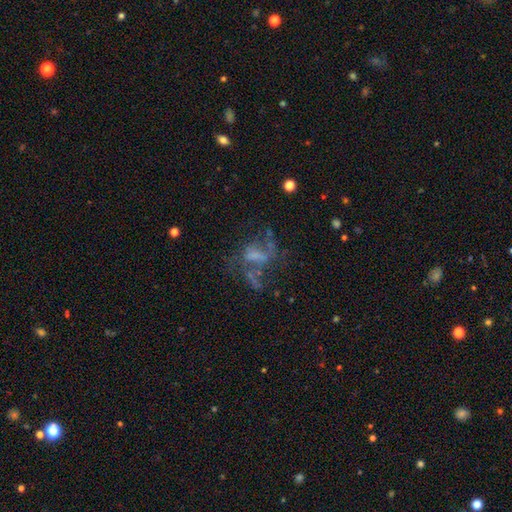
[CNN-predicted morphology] Smooth or featured?
  - featured or disk: 59% *
  - smooth: 22%
  - star or artifact: 20%
Edge-on disk?
  - no: 96% *
  - yes: 4%
Bar?
  - no: 55% *
  - weak: 32%
  - strong: 13%
Spiral arms?
  - no: 61% *
  - yes: 39%
Bulge size?
  - none: 51% *
  - small: 24%
  - moderate: 19%
  - large: 5%
  - dominant: 1%
Merging?
  - major disturbance: 40% *
  - none: 34%
  - minor disturbance: 15%
  - merger: 11%